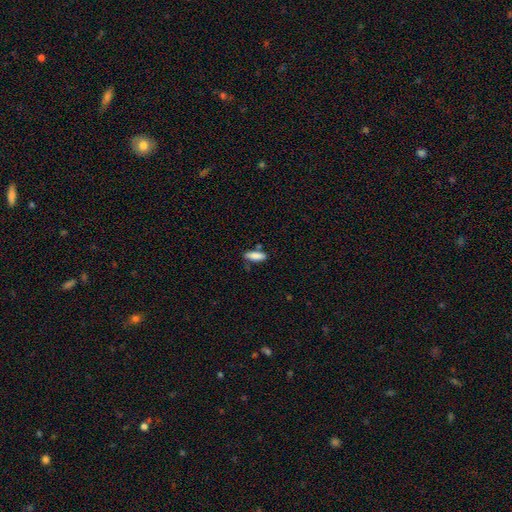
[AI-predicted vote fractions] This is clearly a smooth galaxy (86%). How rounded: possibly in between (56%). Merging: likely none (73%).